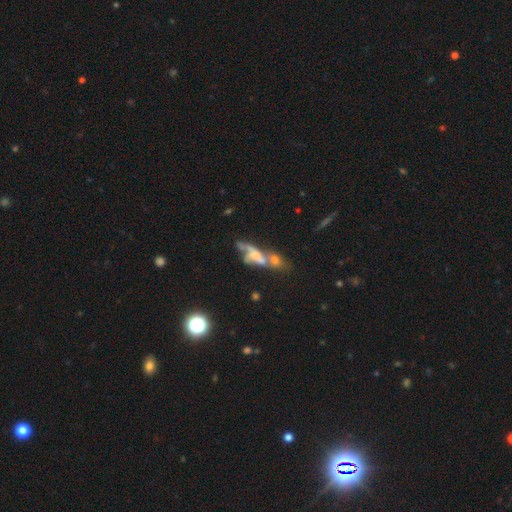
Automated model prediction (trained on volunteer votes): This is possibly a featured or disk galaxy (53%). It is clearly not viewed edge-on (82%). Merging: possibly merger (56%).